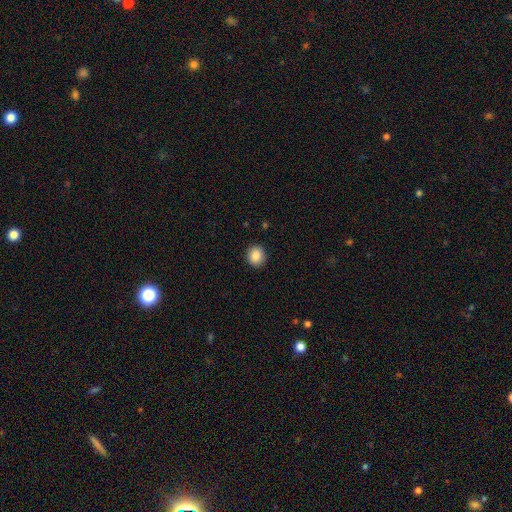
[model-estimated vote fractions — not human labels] Morphology: type=smooth (86%); roundness=round (82%); merging=none (91%).